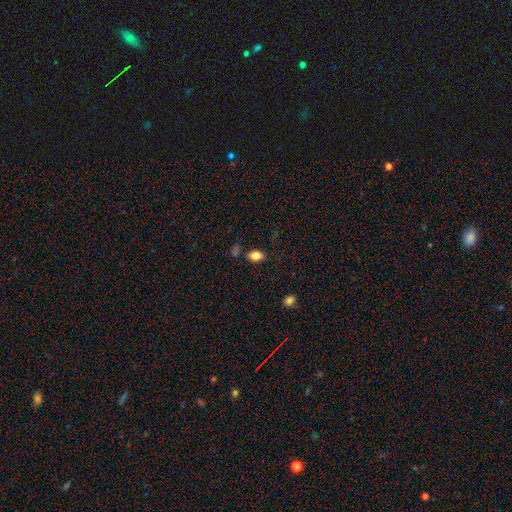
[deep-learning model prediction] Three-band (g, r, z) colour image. It shows a smooth galaxy with no disk features (82%) that is in between round and cigar-shaped (85%). Merging: none (81%).